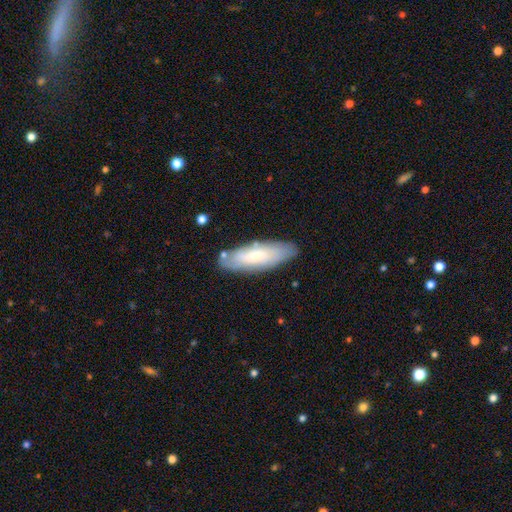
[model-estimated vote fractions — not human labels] Overall: smooth (66%; featured or disk 28%). How rounded: in between (57%; cigar-shaped 41%). Merging: none (78%).